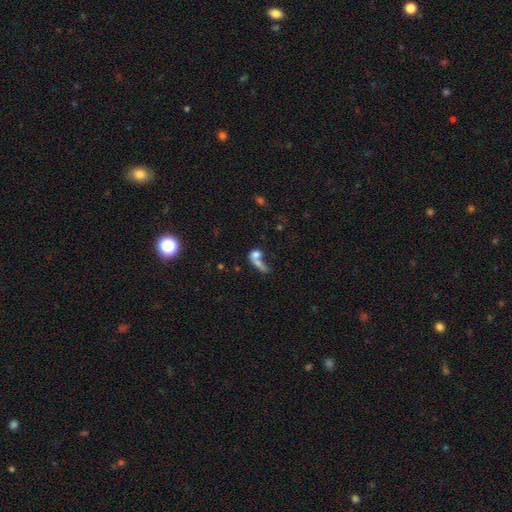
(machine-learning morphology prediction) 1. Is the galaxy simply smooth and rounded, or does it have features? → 63% smooth, 24% featured or disk, 13% star or artifact.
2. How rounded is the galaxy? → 49% in between, 27% round, 23% cigar-shaped.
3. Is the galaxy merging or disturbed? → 50% merger, 24% none, 17% major disturbance, 9% minor disturbance.